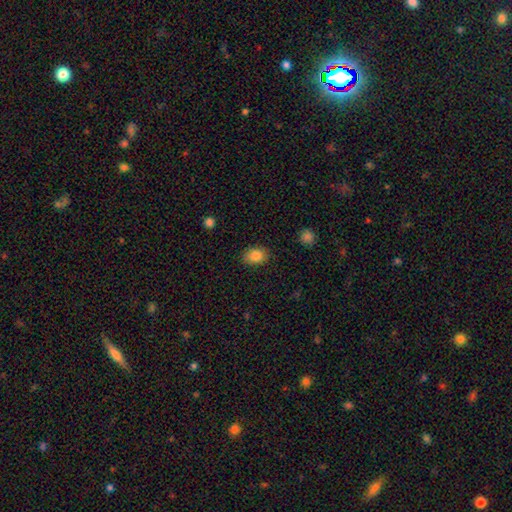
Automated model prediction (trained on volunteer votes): Q: Smooth or featured?
A: smooth (85%); runner-up: star or artifact (8%)
Q: How rounded?
A: in between (74%); runner-up: round (25%)
Q: Merging?
A: none (84%); runner-up: minor disturbance (12%)